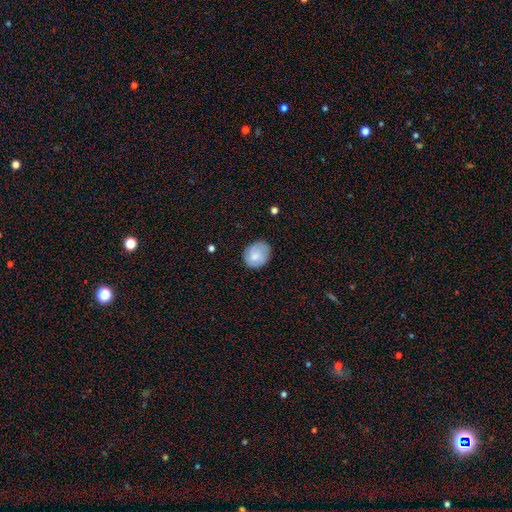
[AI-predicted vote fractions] Smooth or featured? smooth (76%)
How rounded? round (62%)
Merging? none (76%)